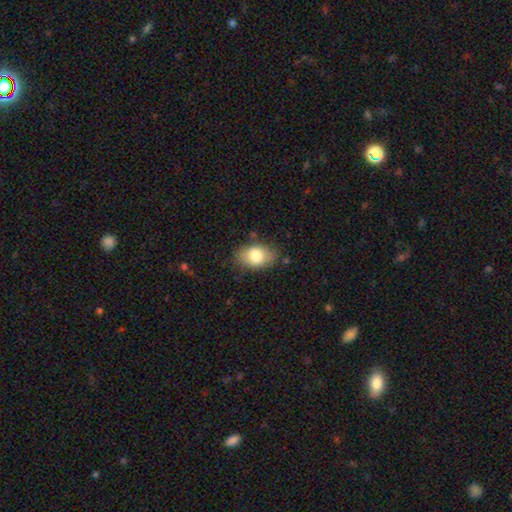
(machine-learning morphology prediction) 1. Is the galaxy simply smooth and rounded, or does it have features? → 79% smooth, 13% featured or disk, 7% star or artifact.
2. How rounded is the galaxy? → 86% in between, 12% round, 1% cigar-shaped.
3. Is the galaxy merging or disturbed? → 77% none, 17% minor disturbance, 4% major disturbance, 2% merger.